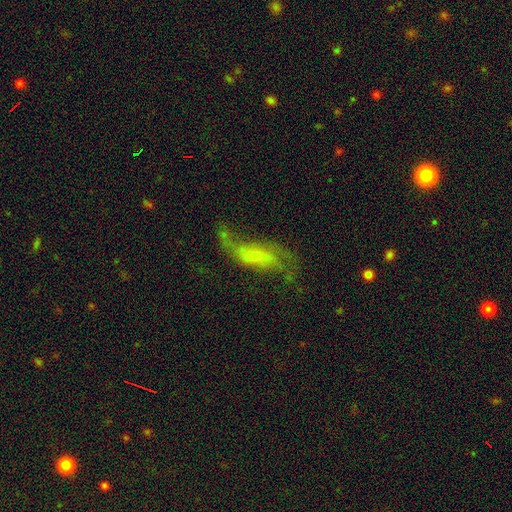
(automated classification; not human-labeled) Smooth or featured? featured or disk (69%)
Edge-on disk? no (90%)
Bar? weak (44%)
Spiral arms? yes (85%)
Spiral winding? loose (79%)
Spiral arm count? 2 (82%)
Bulge size? none (43%)
Merging? none (44%)